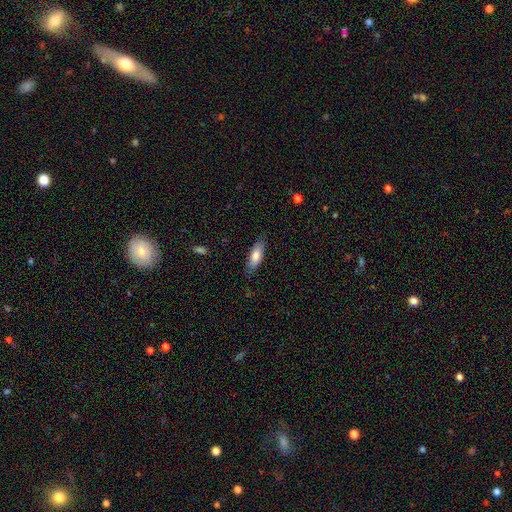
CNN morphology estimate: The model was most divided on "how rounded": in between: 62%, cigar-shaped: 37%, round: 2%. More confident: merging — none (81%); smooth or featured — smooth (78%).